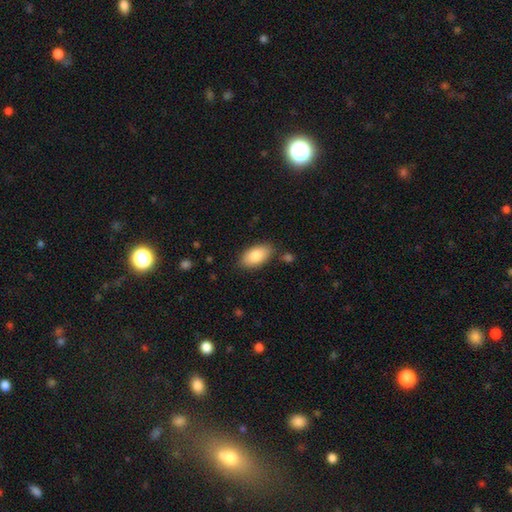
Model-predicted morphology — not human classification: Smooth or featured: smooth — 83% (featured or disk — 10%)
How rounded: in between — 93% (round — 3%)
Merging: none — 83% (minor disturbance — 12%)